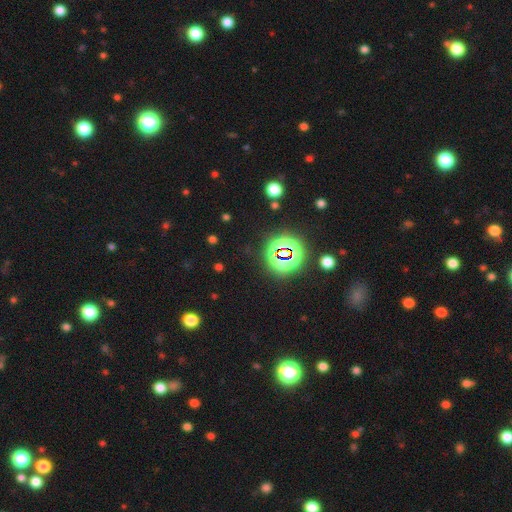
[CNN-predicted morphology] smooth_or_featured: star or artifact (p=0.80) [alt: smooth p=0.12]